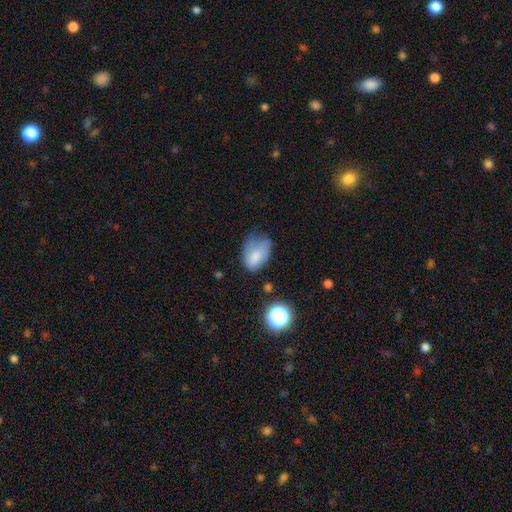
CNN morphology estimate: The model was most divided on "merging": minor disturbance: 39%, none: 34%, major disturbance: 23%, merger: 3%. More confident: how rounded — in between (79%); smooth or featured — smooth (74%).